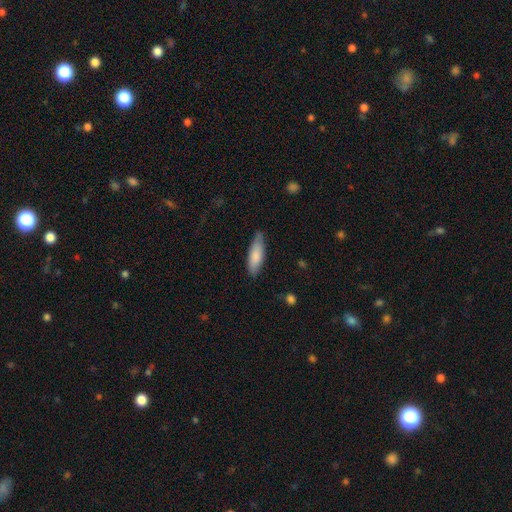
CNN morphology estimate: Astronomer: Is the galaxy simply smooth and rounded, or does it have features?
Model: smooth — 82%.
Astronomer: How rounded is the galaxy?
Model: in between — 52% (runner-up: cigar-shaped, 47%).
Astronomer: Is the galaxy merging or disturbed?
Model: none — 74%.